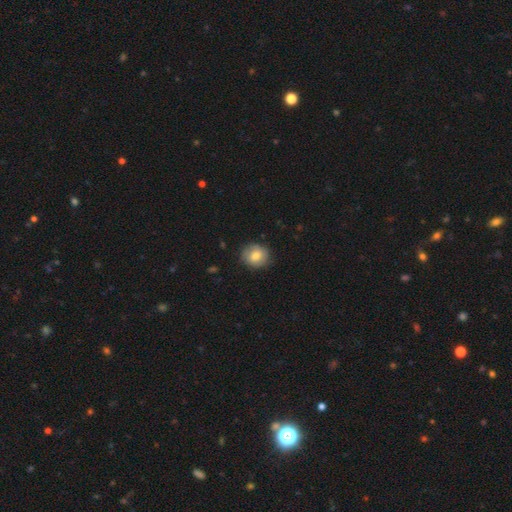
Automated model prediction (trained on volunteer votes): This appears to be a smooth galaxy with no disk features (75%) that is round (74%). Merging: none (80%).